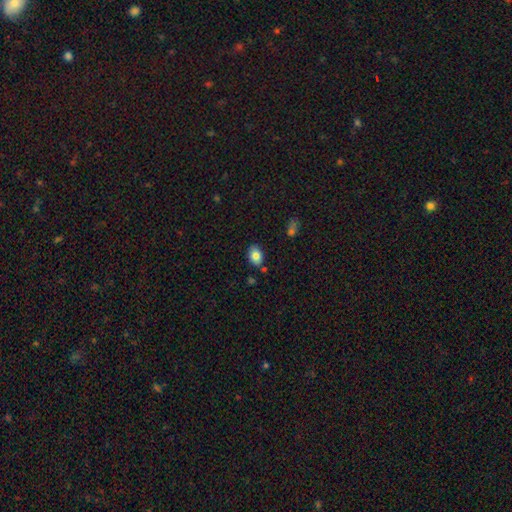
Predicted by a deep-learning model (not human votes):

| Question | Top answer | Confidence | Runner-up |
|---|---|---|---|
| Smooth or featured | smooth | 82% | featured or disk (10%) |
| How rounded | in between | 81% | round (18%) |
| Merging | none | 81% | minor disturbance (13%) |